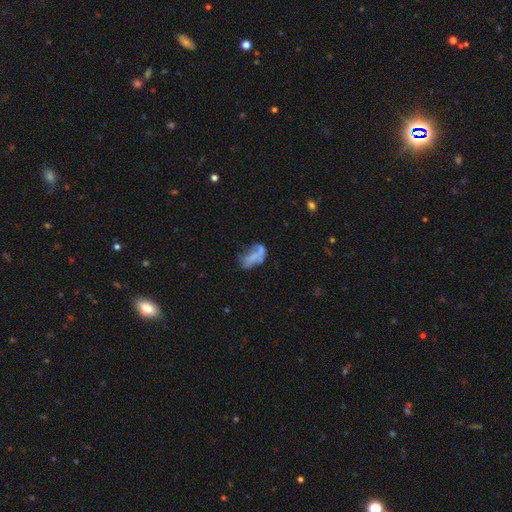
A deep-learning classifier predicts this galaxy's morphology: Overall: smooth (51%; featured or disk 36%). How rounded: in between (84%). Merging: major disturbance (36%; none 26%).